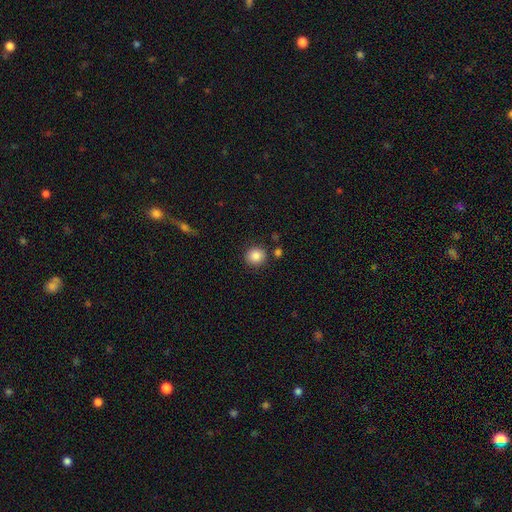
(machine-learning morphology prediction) The model was most divided on "how rounded": round: 86%, in between: 13%, cigar-shaped: 1%. More confident: smooth or featured — smooth (86%); merging — none (85%).